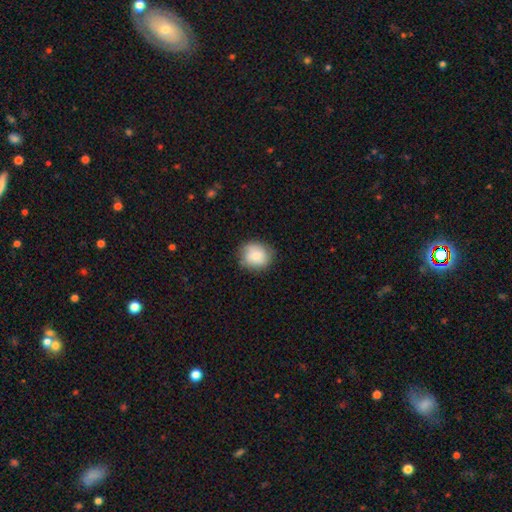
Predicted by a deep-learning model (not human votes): The model was most divided on "how rounded": round: 80%, in between: 19%, cigar-shaped: 1%. More confident: merging — none (79%); smooth or featured — smooth (78%).